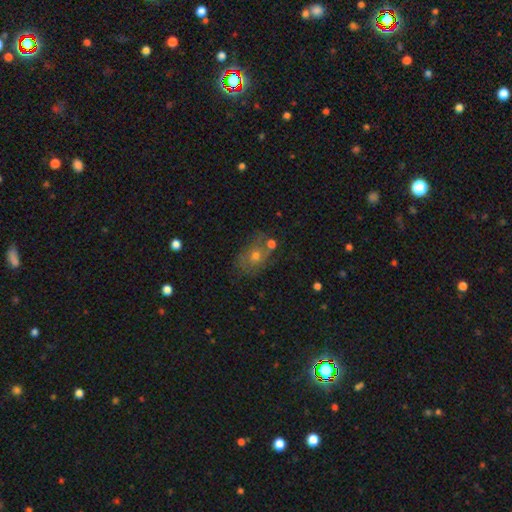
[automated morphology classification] A smooth galaxy with no disk features (47%). Merging: none (55%).